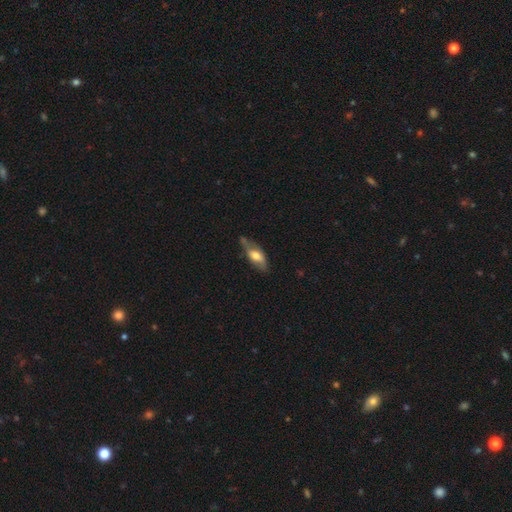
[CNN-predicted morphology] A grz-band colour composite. It shows a smooth galaxy with no disk features (52%) that is in between round and cigar-shaped (79%). Merging: none (52%).